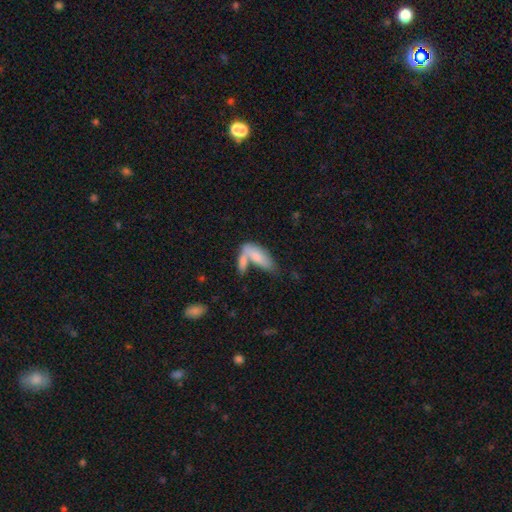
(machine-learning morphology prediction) Smooth or featured? smooth (73%)
How rounded? in between (73%)
Merging? merger (56%)